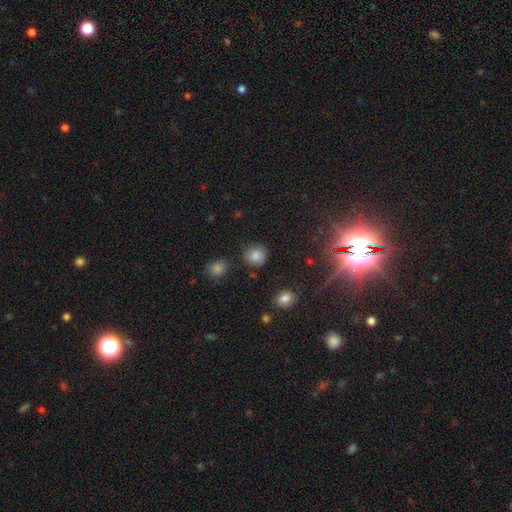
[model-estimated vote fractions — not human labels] This appears to be a smooth galaxy with no disk features (83%) that is round (86%). Merging: none (84%).